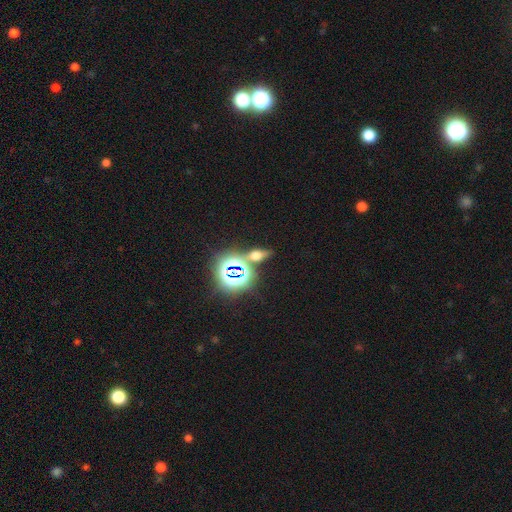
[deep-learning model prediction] Smooth or featured: star or artifact — 41% (smooth — 39%)